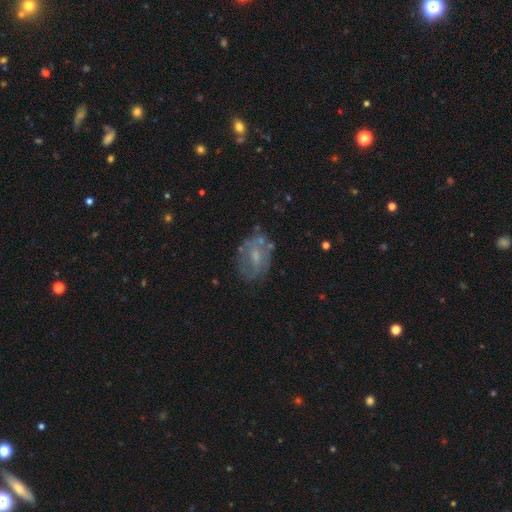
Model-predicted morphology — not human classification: A featured or disk galaxy (57%) with no bar (53%), no spiral arms (54%) and a small central bulge (40%).

Vote fractions:
- Smooth or featured? featured or disk: 57% / smooth: 34% / star or artifact: 10%
- Edge-on disk? no: 96% / yes: 4%
- Bar? no: 53% / weak: 39% / strong: 8%
- Spiral arms? no: 54% / yes: 46%
- Bulge size? small: 40% / moderate: 38% / none: 18% / large: 3% / dominant: 1%
- Merging? none: 61% / minor disturbance: 22% / major disturbance: 12% / merger: 5%